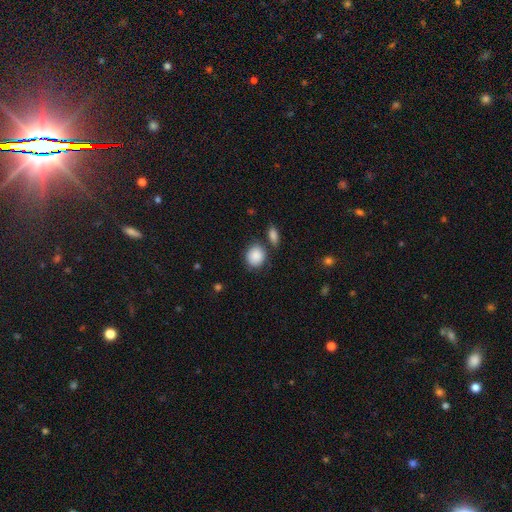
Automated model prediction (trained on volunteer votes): This appears to be a smooth galaxy with no disk features (88%) that is round (75%). Merging: none (70%).